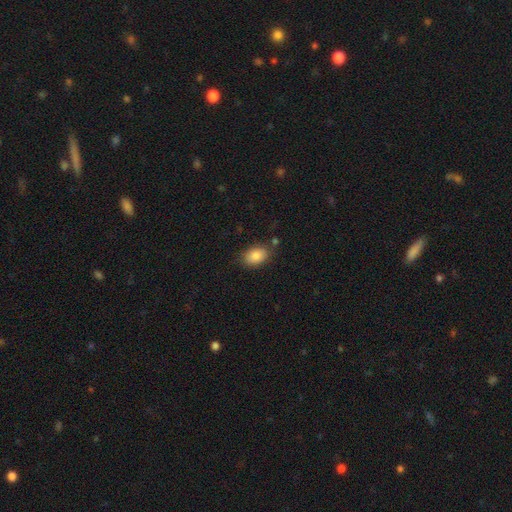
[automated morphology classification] A smooth galaxy with no disk features (87%) that is in between round and cigar-shaped (84%). Merging: none (77%).